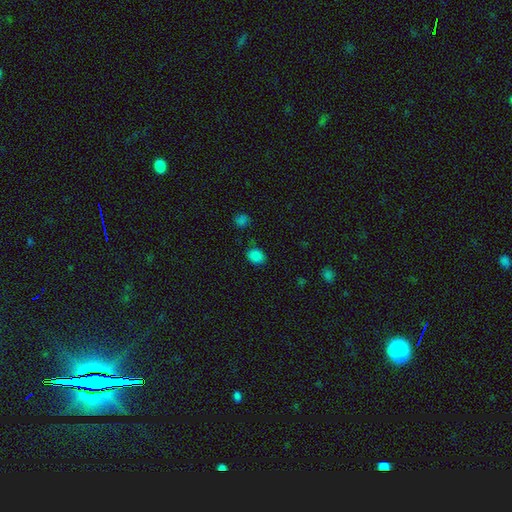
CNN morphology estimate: The model was most divided on "how rounded": in between: 57%, round: 42%, cigar-shaped: 1%. More confident: smooth or featured — smooth (83%); merging — none (79%).